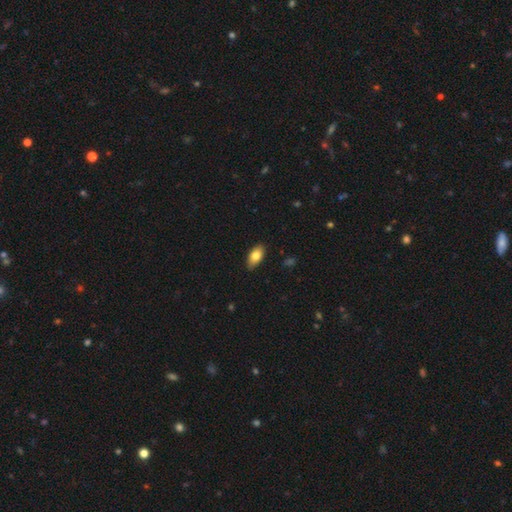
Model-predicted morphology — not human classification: The model was most divided on "smooth or featured": smooth: 79%, featured or disk: 15%, star or artifact: 7%. More confident: how rounded — in between (91%); merging — none (86%).